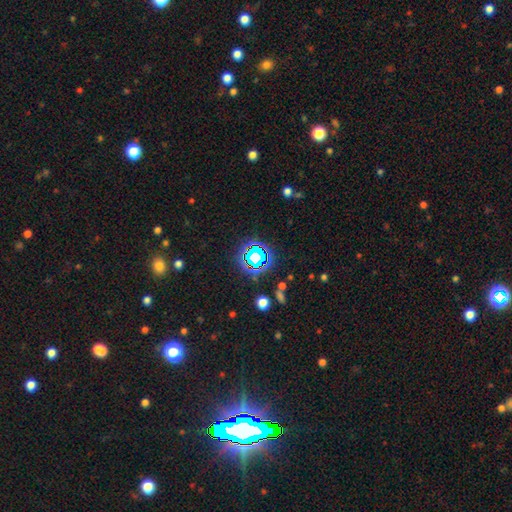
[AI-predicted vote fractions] smooth-or-featured: star or artifact: 65% | smooth: 24% | featured or disk: 12%